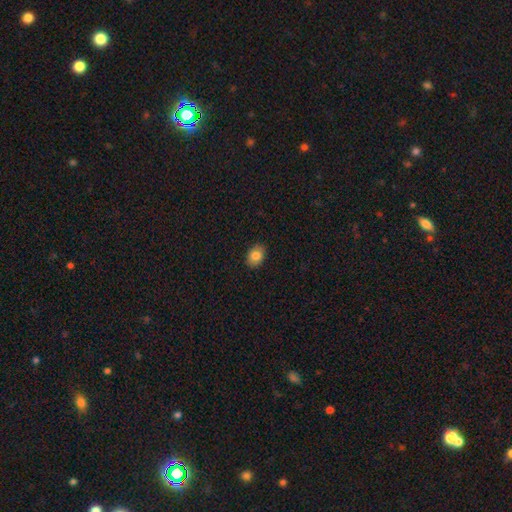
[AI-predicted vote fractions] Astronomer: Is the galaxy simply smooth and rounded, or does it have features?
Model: smooth — 82%.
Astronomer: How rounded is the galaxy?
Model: in between — 72%.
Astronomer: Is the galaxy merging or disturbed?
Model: none — 88%.